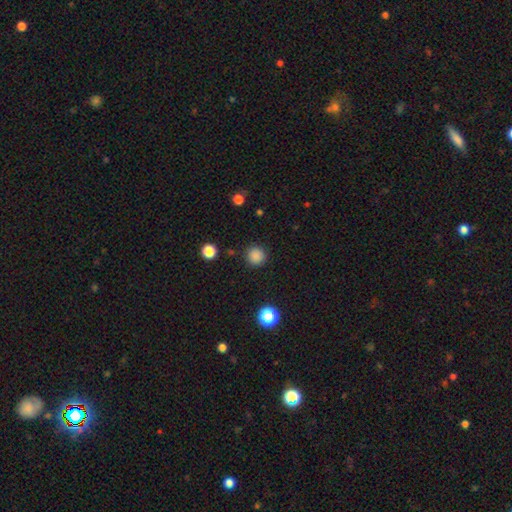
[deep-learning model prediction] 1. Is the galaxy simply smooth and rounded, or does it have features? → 85% smooth, 12% star or artifact, 3% featured or disk.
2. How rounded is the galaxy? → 94% round, 5% in between, 1% cigar-shaped.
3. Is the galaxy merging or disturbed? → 89% none, 7% minor disturbance, 2% major disturbance, 2% merger.